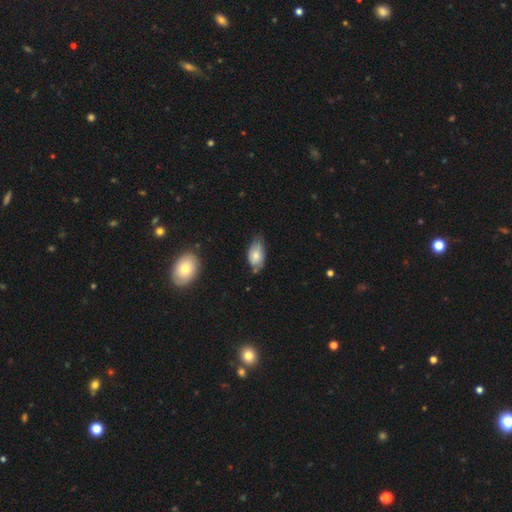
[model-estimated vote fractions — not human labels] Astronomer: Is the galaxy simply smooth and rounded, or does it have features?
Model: smooth — 72%.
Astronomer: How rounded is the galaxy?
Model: in between — 92%.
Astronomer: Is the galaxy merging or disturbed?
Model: none — 48% (runner-up: minor disturbance, 41%).